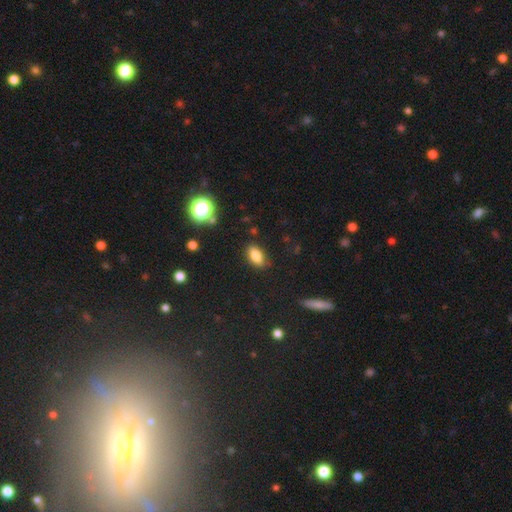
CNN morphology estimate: Smooth or featured? Predicted: smooth (p=0.81). How rounded? Predicted: in between (p=0.88). Merging? Predicted: none (p=0.85).